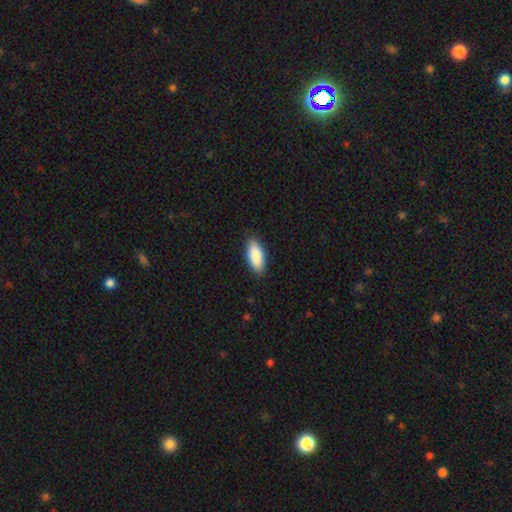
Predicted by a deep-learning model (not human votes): smooth 89%, featured or disk 6%, star or artifact 6%. Down the decision tree: how rounded — in between (82%); merging — none (87%).